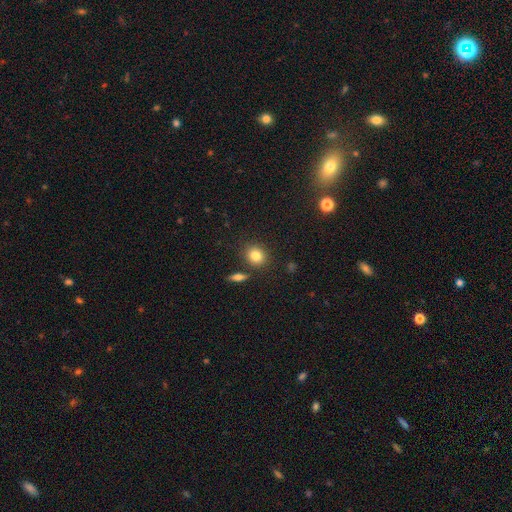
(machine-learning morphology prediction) type=smooth (82%); roundness=round (72%); merging=none (81%).